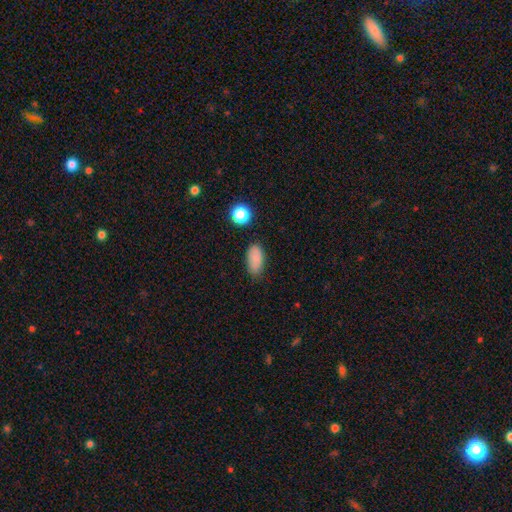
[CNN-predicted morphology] This is clearly a smooth galaxy (85%). How rounded: clearly in between (90%). Merging: likely none (77%).